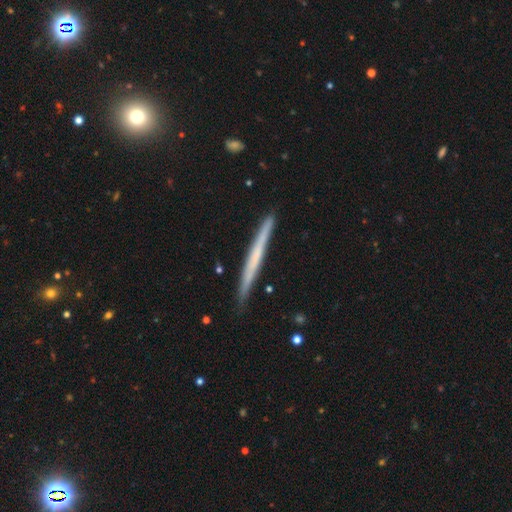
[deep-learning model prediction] Morphology: type=featured or disk (50%); edge-on=yes (97%); merging=none (88%).